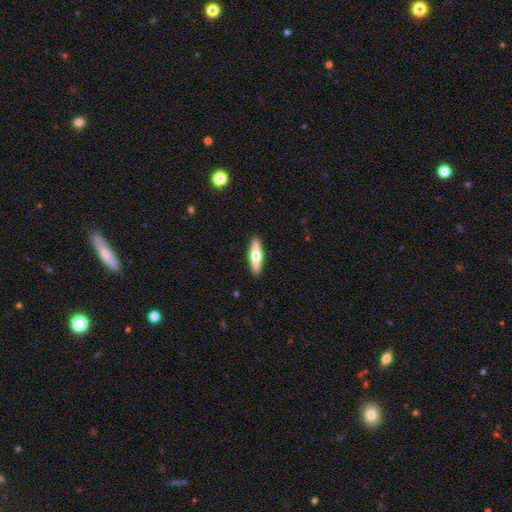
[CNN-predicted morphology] Q: Smooth or featured?
A: featured or disk (48%); runner-up: smooth (47%)
Q: Merging?
A: none (91%); runner-up: minor disturbance (6%)